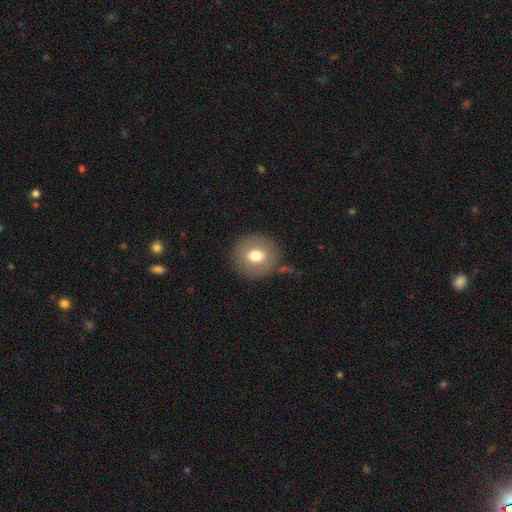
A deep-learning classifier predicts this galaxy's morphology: A smooth galaxy with no disk features (73%) that is round (89%). Merging: none (83%).